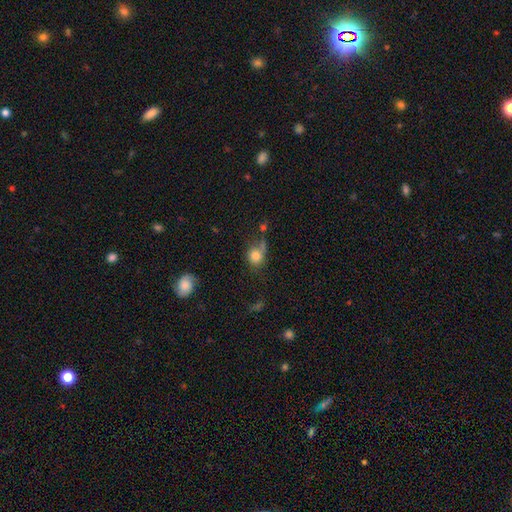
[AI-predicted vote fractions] The model was most divided on "merging": none: 49%, minor disturbance: 23%, merger: 15%, major disturbance: 13%. More confident: smooth or featured — smooth (81%); how rounded — round (74%).